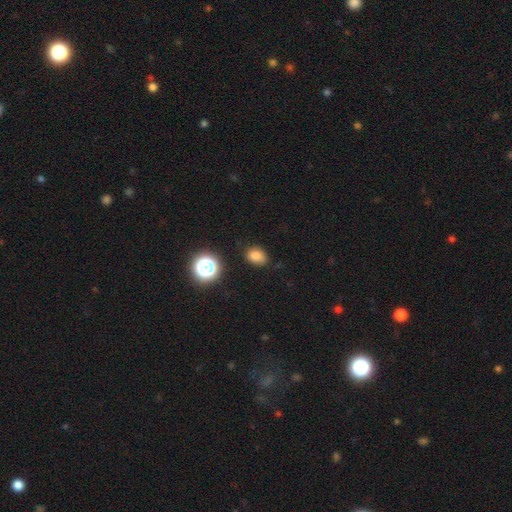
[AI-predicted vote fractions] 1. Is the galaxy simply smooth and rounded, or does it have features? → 80% smooth, 14% star or artifact, 5% featured or disk.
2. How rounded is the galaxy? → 67% in between, 32% round, 1% cigar-shaped.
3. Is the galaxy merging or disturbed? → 82% none, 13% minor disturbance, 3% major disturbance, 2% merger.